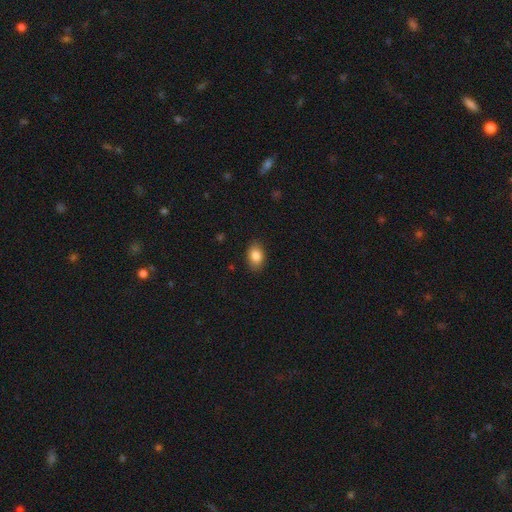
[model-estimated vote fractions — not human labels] Q: Smooth or featured?
A: smooth (85%); runner-up: star or artifact (8%)
Q: How rounded?
A: in between (82%); runner-up: round (17%)
Q: Merging?
A: none (87%); runner-up: minor disturbance (10%)